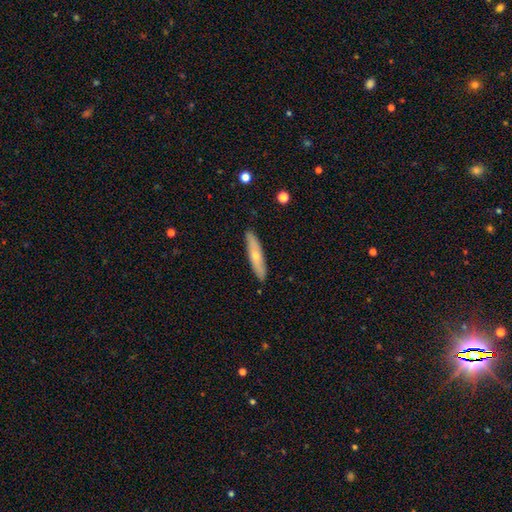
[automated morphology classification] This is possibly a smooth galaxy (53%). How rounded: clearly cigar-shaped (85%). Merging: clearly none (89%).